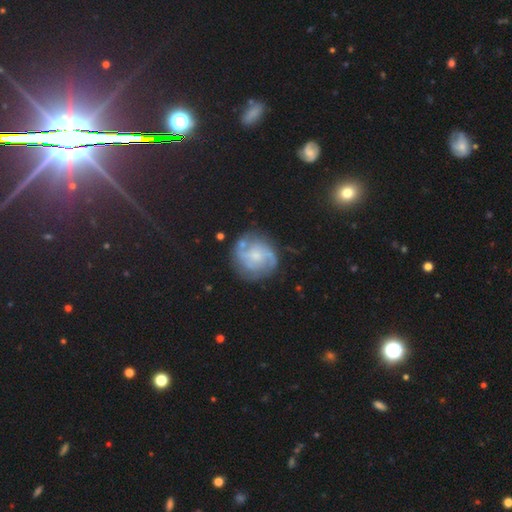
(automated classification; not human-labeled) Smooth or featured? Predicted: featured or disk (p=0.71). Edge-on disk? Predicted: no (p=0.98). Bar? Predicted: no (p=0.62). Spiral arms? Predicted: yes (p=0.87). Spiral winding? Predicted: medium (p=0.44). Spiral arm count? Predicted: 2 (p=0.46). Bulge size? Predicted: small (p=0.54). Merging? Predicted: none (p=0.69).